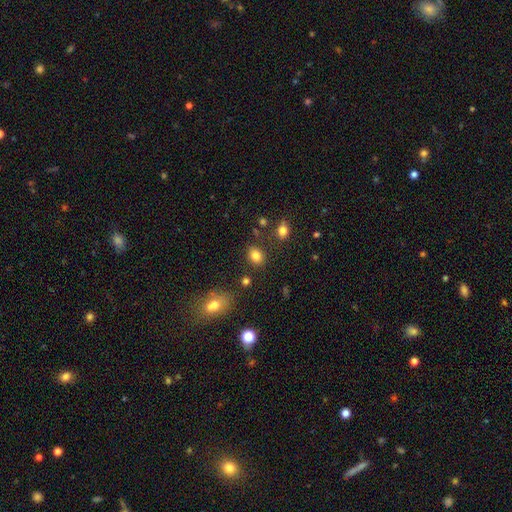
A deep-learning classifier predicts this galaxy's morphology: This is clearly a smooth galaxy (81%). How rounded: likely in between (66%). Merging: likely none (79%).